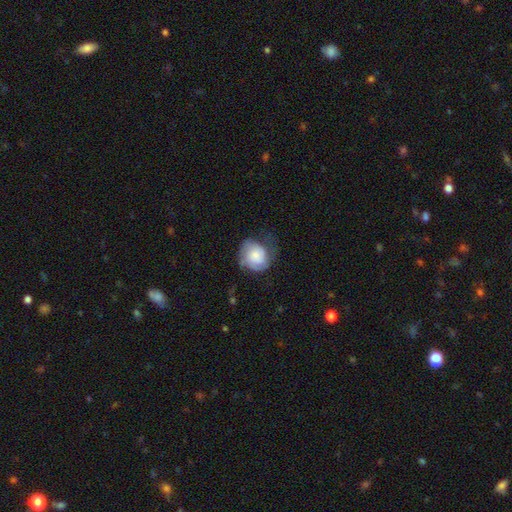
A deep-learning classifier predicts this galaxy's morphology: The model was most divided on "merging": none: 46%, minor disturbance: 32%, major disturbance: 20%, merger: 2%. More confident: how rounded — round (72%); smooth or featured — smooth (56%).